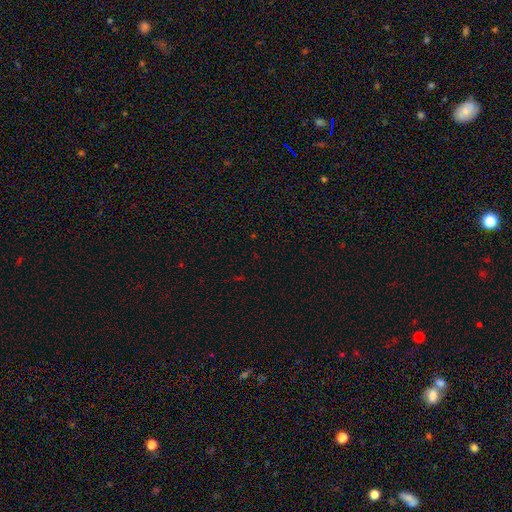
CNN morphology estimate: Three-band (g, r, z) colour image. It shows a star or artifact, not a galaxy (67%).